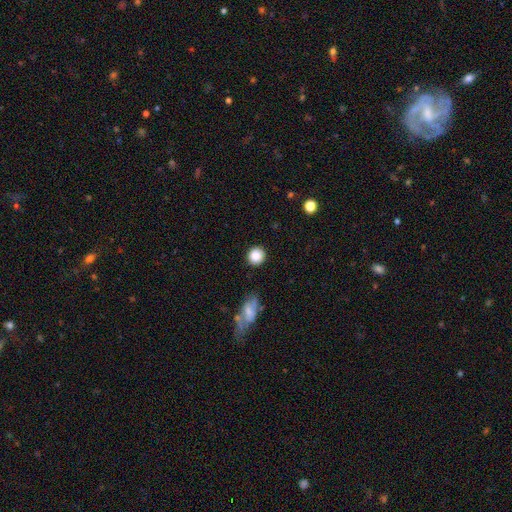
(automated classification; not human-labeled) Smooth or featured? Predicted: smooth (p=0.87). How rounded? Predicted: round (p=0.90). Merging? Predicted: none (p=0.85).